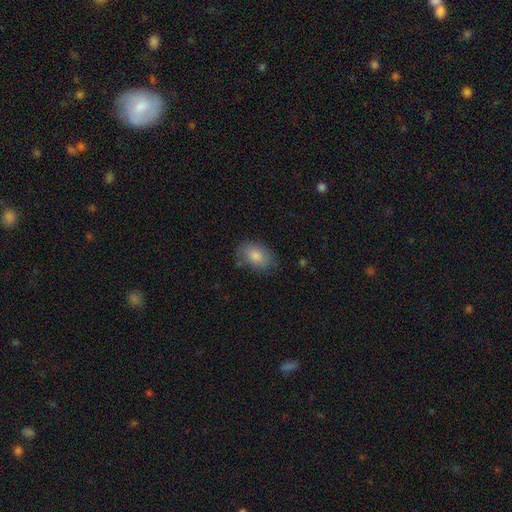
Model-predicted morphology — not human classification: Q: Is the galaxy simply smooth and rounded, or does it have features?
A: smooth — 80%.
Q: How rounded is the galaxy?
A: in between — 85%.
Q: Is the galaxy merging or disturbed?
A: none — 75%.